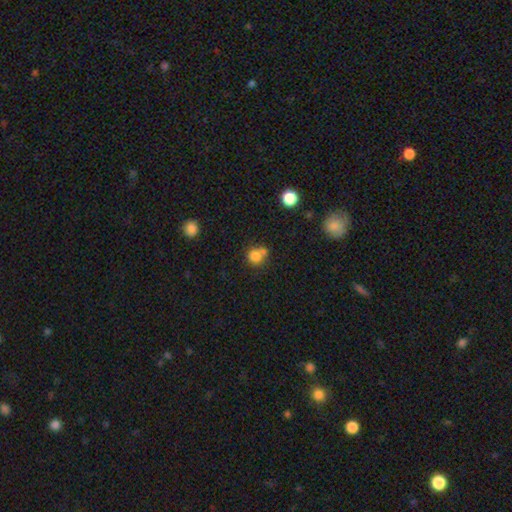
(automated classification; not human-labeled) smooth 78%, star or artifact 12%, featured or disk 10%. Down the decision tree: how rounded — round (85%); merging — none (49%).